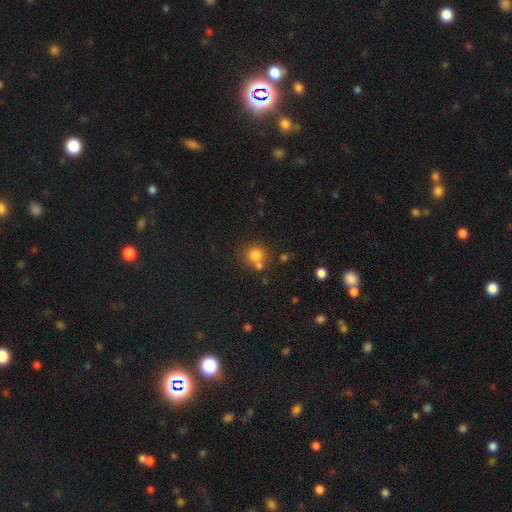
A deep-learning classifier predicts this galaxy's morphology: Q: Smooth or featured?
A: smooth (78%); runner-up: star or artifact (13%)
Q: How rounded?
A: round (88%); runner-up: in between (11%)
Q: Merging?
A: none (60%); runner-up: merger (28%)